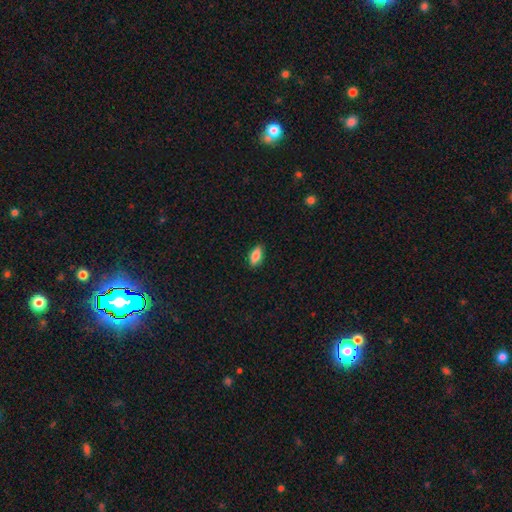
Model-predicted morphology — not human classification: smooth-or-featured: smooth: 80% | featured or disk: 13% | star or artifact: 7%
  how-rounded: in between: 82% | cigar-shaped: 15% | round: 3%
  merging: none: 88% | minor disturbance: 9% | major disturbance: 2% | merger: 1%